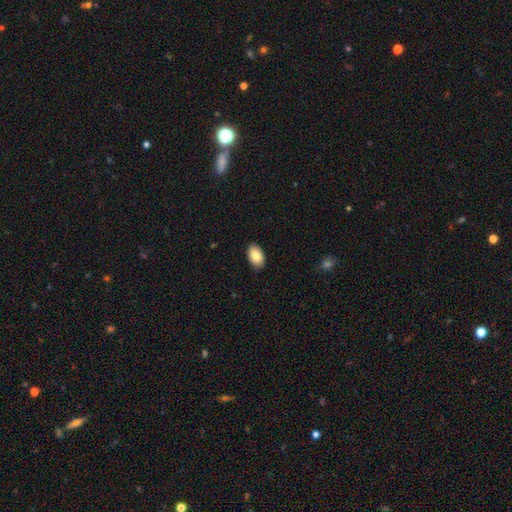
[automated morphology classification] Smooth or featured? Predicted: smooth (p=0.82). How rounded? Predicted: in between (p=0.93). Merging? Predicted: none (p=0.89).